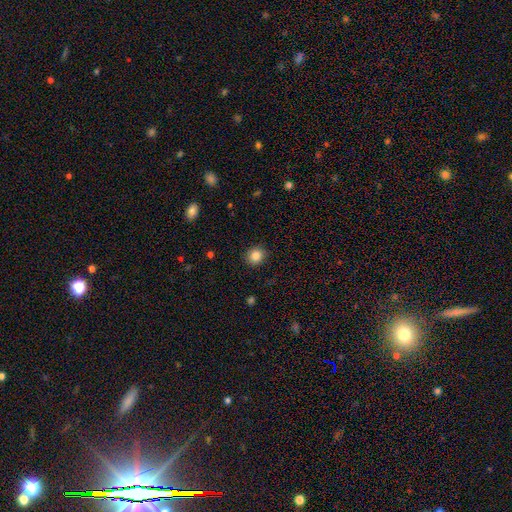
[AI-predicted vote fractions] The model was most divided on "how rounded": round: 81%, in between: 18%, cigar-shaped: 1%. More confident: merging — none (90%); smooth or featured — smooth (85%).